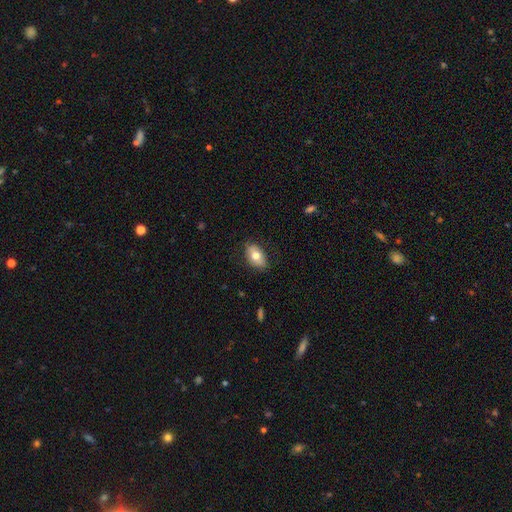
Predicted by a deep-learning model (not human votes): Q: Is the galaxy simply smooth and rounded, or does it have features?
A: smooth — 72%.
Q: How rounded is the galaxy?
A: in between — 90%.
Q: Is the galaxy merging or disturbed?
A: none — 81%.